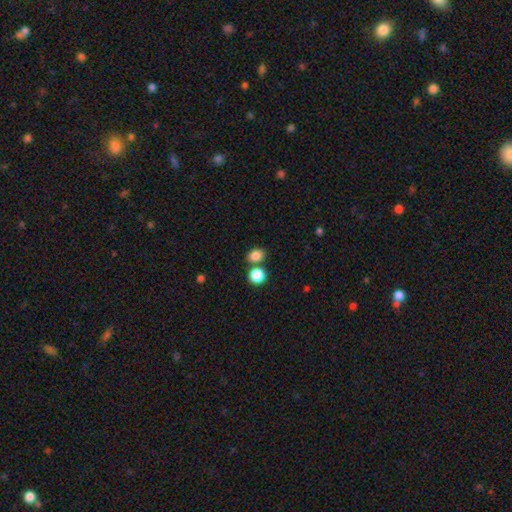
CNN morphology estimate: This appears to be a smooth galaxy with no disk features (84%) that is round (54%). Merging: none (67%).